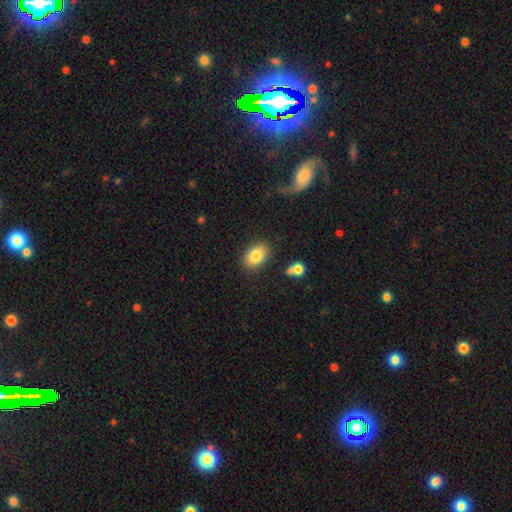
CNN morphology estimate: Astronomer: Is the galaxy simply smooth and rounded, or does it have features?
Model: smooth — 82%.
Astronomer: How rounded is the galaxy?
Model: in between — 82%.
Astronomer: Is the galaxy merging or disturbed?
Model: none — 84%.